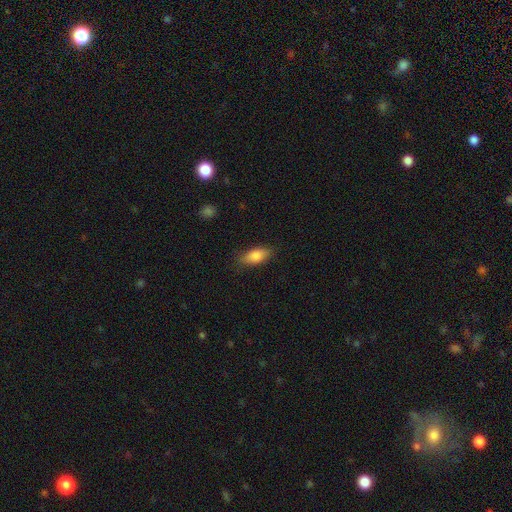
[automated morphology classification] smooth_or_featured: smooth (p=0.83) [alt: featured or disk p=0.10]
how_rounded: in between (p=0.85) [alt: cigar-shaped p=0.11]
merging: none (p=0.82) [alt: minor disturbance p=0.13]